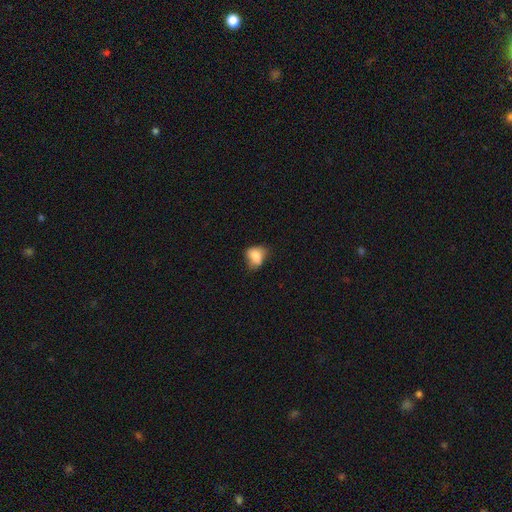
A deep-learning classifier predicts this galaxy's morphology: Smooth or featured?
  - smooth: 79% *
  - featured or disk: 11%
  - star or artifact: 9%
How rounded?
  - in between: 57% *
  - round: 42%
  - cigar-shaped: 1%
Merging?
  - none: 42% *
  - minor disturbance: 39%
  - major disturbance: 14%
  - merger: 4%